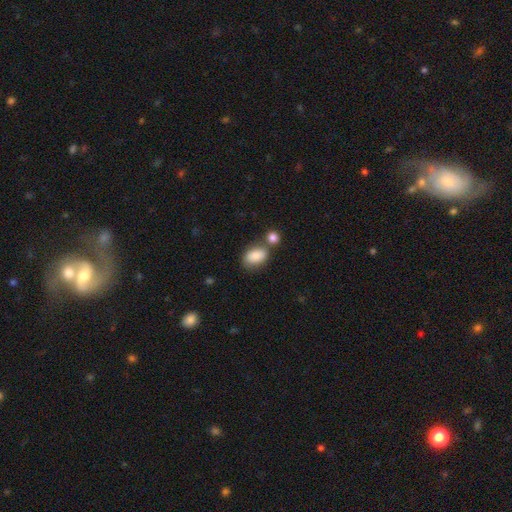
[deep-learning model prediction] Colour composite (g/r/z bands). It shows a smooth galaxy with no disk features (84%) that is in between round and cigar-shaped (86%). Merging: none (52%).